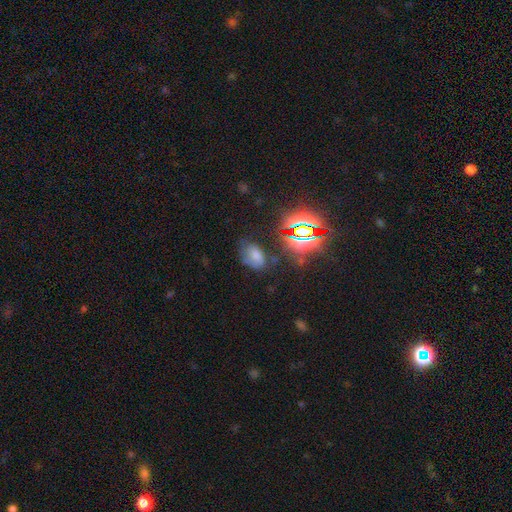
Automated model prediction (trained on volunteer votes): The model was most divided on "smooth or featured": smooth: 47%, star or artifact: 35%, featured or disk: 18%. More confident: merging — none (60%).